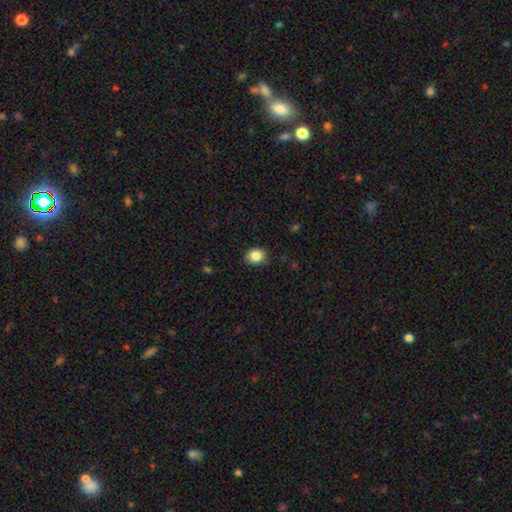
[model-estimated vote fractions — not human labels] Smooth or featured: smooth — 85% (star or artifact — 10%)
How rounded: round — 65% (in between — 35%)
Merging: none — 84% (minor disturbance — 13%)